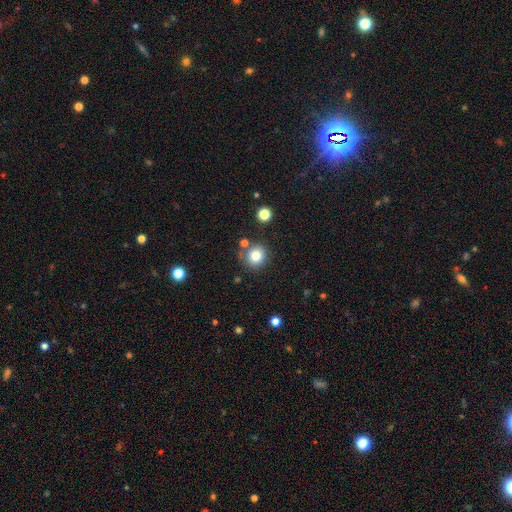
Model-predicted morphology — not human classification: Smooth or featured? smooth (81%)
How rounded? round (89%)
Merging? none (78%)